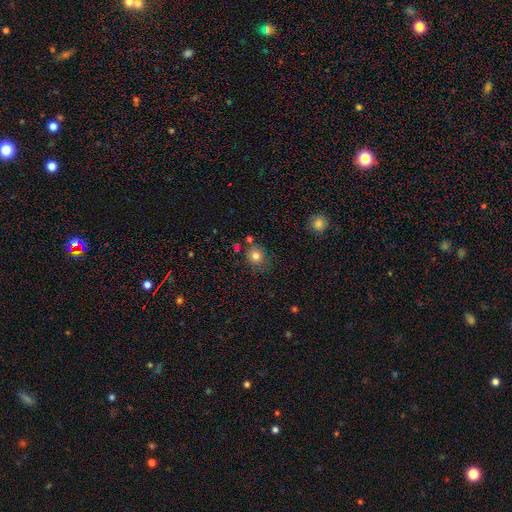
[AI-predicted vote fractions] This appears to be a smooth galaxy with no disk features (80%) that is round (81%). Merging: none (77%).